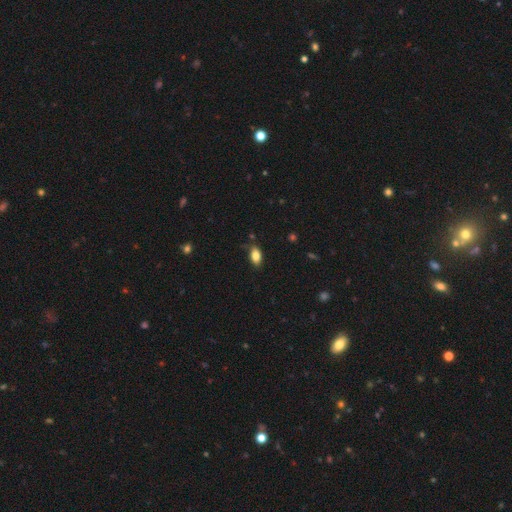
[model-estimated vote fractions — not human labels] This appears to be a smooth galaxy with no disk features (84%) that is in between round and cigar-shaped (90%). Merging: none (79%).